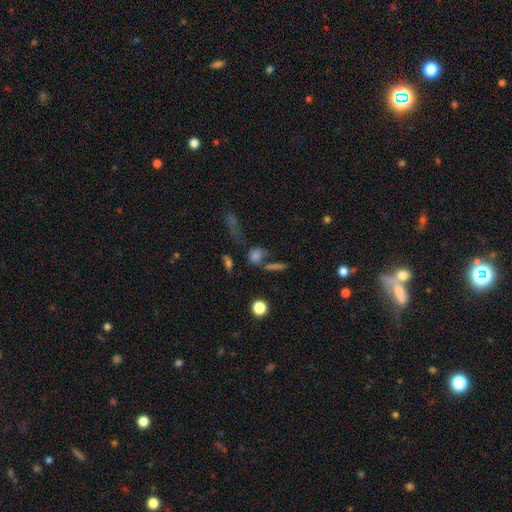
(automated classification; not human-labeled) A smooth galaxy with no disk features (70%) that is round (62%). Merging: none (51%).